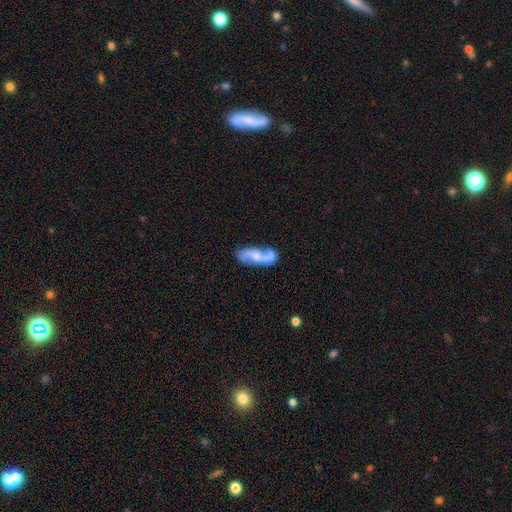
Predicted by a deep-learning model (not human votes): Morphology: type=featured or disk (69%); edge-on=no (93%); bar=no (57%); spiral arms=yes (86%); winding=loose (59%); arm count=2 (87%); bulge=moderate (43%); merging=none (47%).